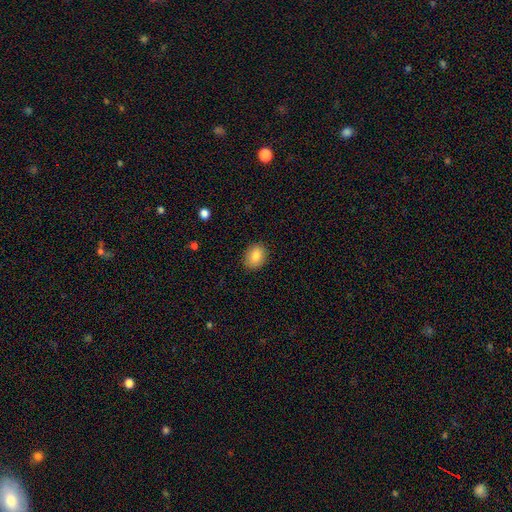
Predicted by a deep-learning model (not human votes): This is clearly a smooth galaxy (84%). How rounded: possibly in between (57%). Merging: clearly none (88%).